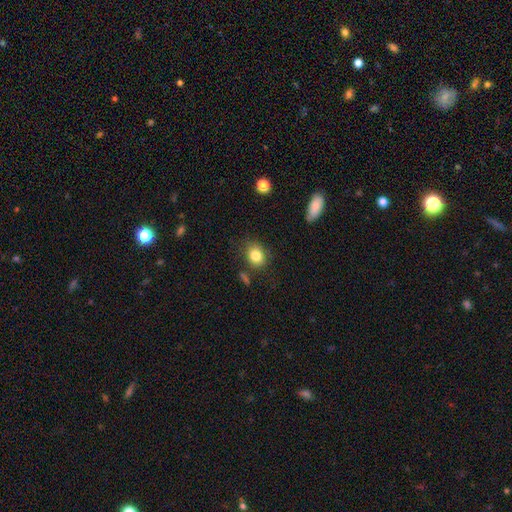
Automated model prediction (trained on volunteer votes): smooth-or-featured: smooth: 82% | star or artifact: 10% | featured or disk: 7%
  how-rounded: round: 55% | in between: 44% | cigar-shaped: 1%
  merging: none: 77% | minor disturbance: 15% | major disturbance: 4% | merger: 4%